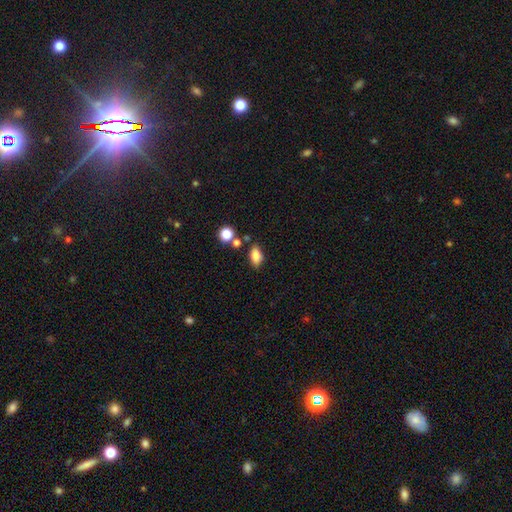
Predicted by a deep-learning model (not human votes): Overall: smooth (81%). How rounded: in between (84%). Merging: none (74%).